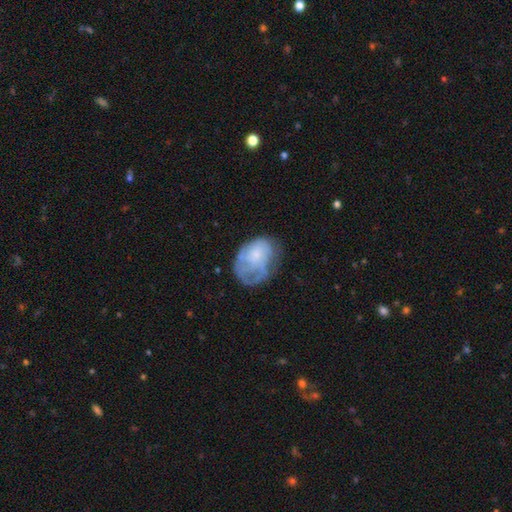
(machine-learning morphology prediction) smooth-or-featured: featured or disk: 48% | smooth: 44% | star or artifact: 8%
  merging: none: 40% | major disturbance: 29% | minor disturbance: 29% | merger: 2%